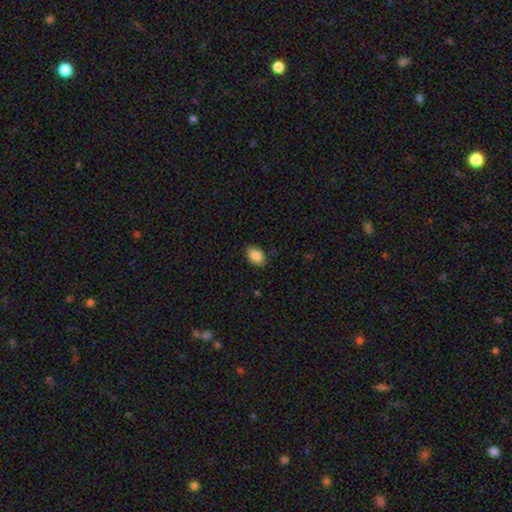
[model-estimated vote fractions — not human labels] Smooth or featured? smooth (88%)
How rounded? in between (86%)
Merging? none (85%)